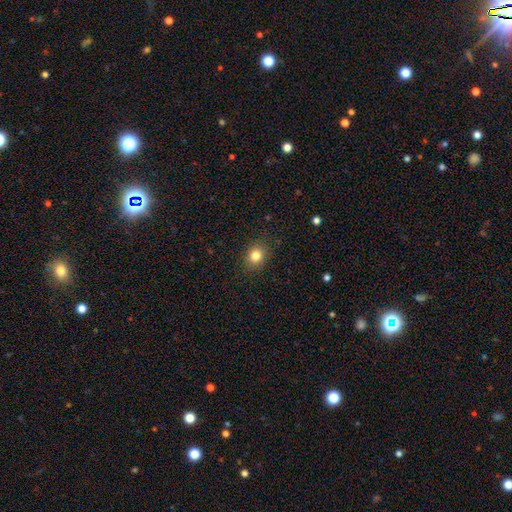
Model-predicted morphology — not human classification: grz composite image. It shows a smooth galaxy with no disk features (82%) that is round (57%). Merging: none (86%).